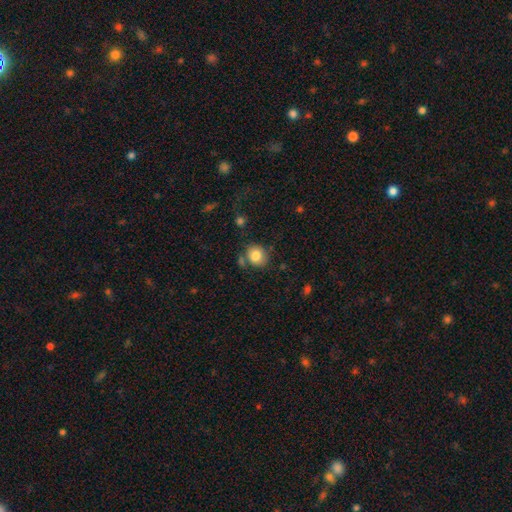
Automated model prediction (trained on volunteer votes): Smooth or featured? Predicted: smooth (p=0.82). How rounded? Predicted: round (p=0.74). Merging? Predicted: none (p=0.74).